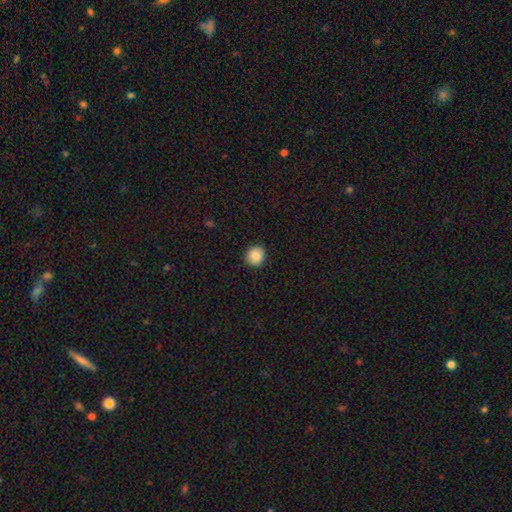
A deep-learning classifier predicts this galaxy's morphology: Q: Smooth or featured?
A: smooth (87%); runner-up: star or artifact (9%)
Q: How rounded?
A: round (86%); runner-up: in between (13%)
Q: Merging?
A: none (90%); runner-up: minor disturbance (7%)